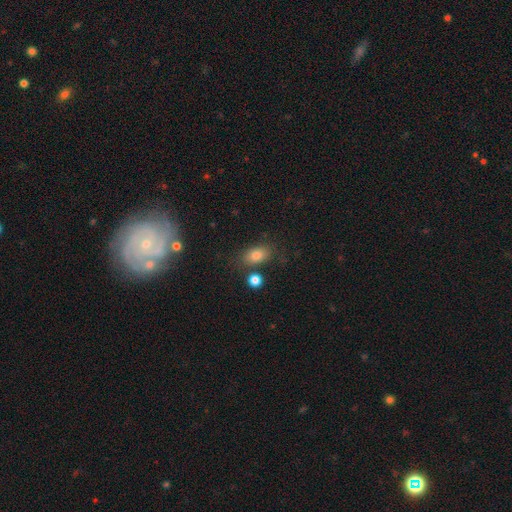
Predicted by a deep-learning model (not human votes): smooth-or-featured: smooth: 80% | star or artifact: 10% | featured or disk: 9%
  how-rounded: in between: 81% | round: 16% | cigar-shaped: 3%
  merging: none: 72% | minor disturbance: 14% | merger: 9% | major disturbance: 5%